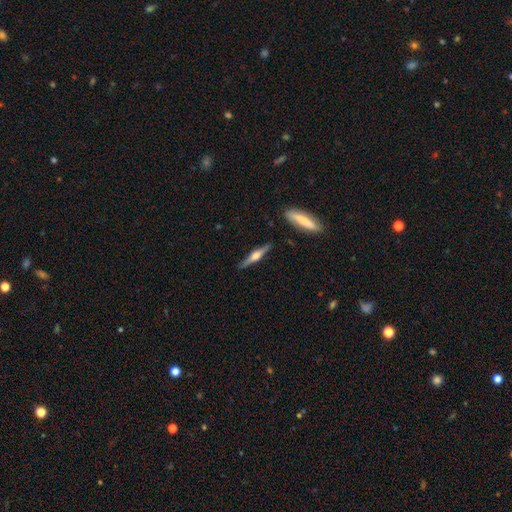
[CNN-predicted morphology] Smooth or featured?
  - featured or disk: 72% *
  - smooth: 23%
  - star or artifact: 5%
Edge-on disk?
  - yes: 98% *
  - no: 2%
Edge-on bulge?
  - rounded: 91% *
  - boxy: 6%
  - none: 3%
Merging?
  - none: 87% *
  - minor disturbance: 9%
  - merger: 2%
  - major disturbance: 2%